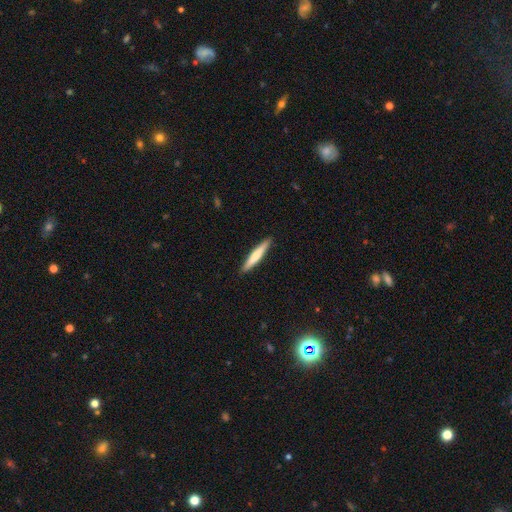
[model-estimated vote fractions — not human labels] Smooth or featured: smooth — 61% (featured or disk — 34%)
How rounded: cigar-shaped — 94% (in between — 5%)
Merging: none — 91% (minor disturbance — 6%)